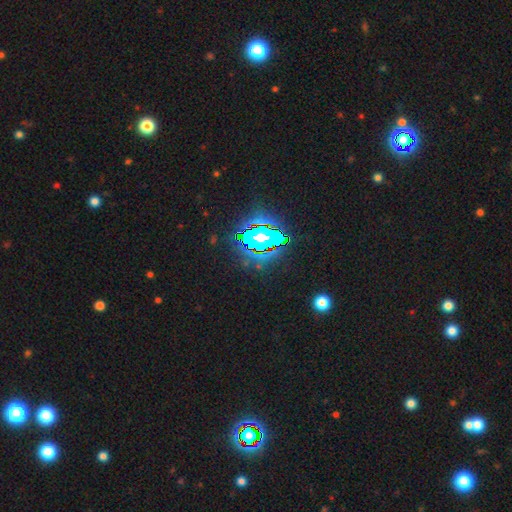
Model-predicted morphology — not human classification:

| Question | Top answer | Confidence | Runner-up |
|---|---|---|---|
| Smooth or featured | star or artifact | 84% | smooth (9%) |